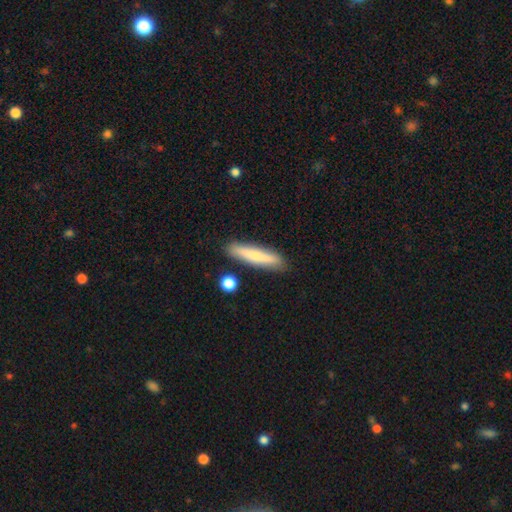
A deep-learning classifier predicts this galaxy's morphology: Smooth or featured? smooth (65%)
How rounded? cigar-shaped (86%)
Merging? none (86%)